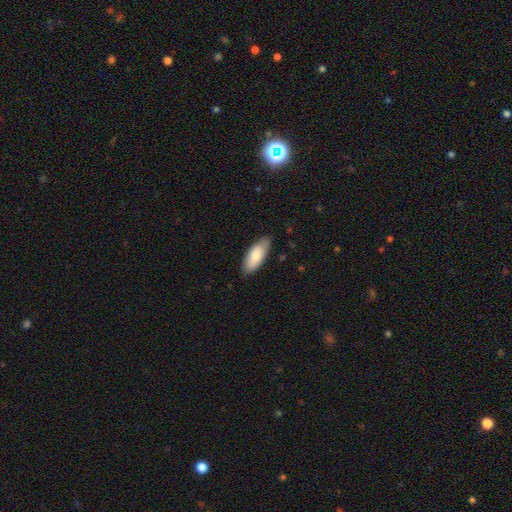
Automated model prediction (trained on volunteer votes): This appears to be a smooth galaxy with no disk features (79%) that is in between round and cigar-shaped (81%). Merging: none (83%).